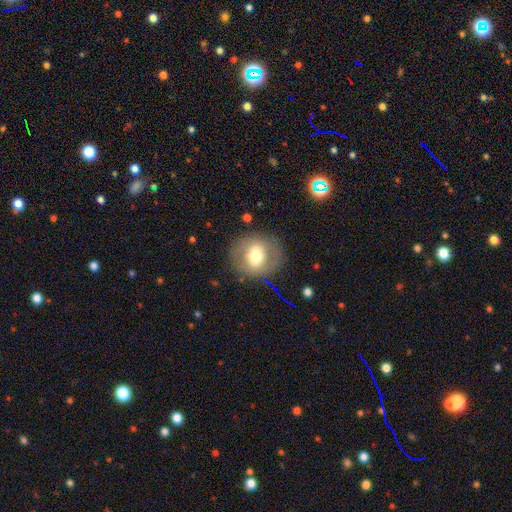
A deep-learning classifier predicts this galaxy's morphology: Q: Smooth or featured?
A: smooth (54%); runner-up: featured or disk (37%)
Q: How rounded?
A: round (72%); runner-up: in between (27%)
Q: Merging?
A: none (81%); runner-up: minor disturbance (12%)